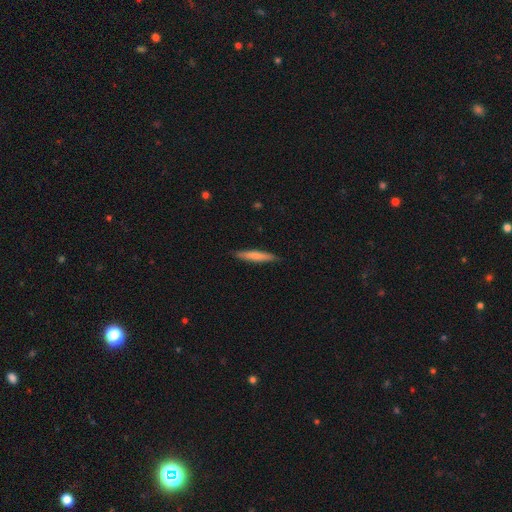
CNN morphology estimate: Smooth or featured?
  - smooth: 71% *
  - featured or disk: 23%
  - star or artifact: 5%
How rounded?
  - cigar-shaped: 92% *
  - in between: 6%
  - round: 1%
Merging?
  - none: 89% *
  - minor disturbance: 8%
  - major disturbance: 2%
  - merger: 1%